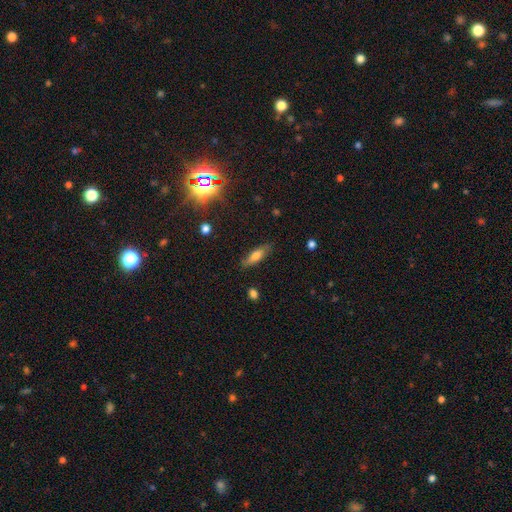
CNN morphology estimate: Smooth or featured? Predicted: smooth (p=0.66). How rounded? Predicted: in between (p=0.49). Merging? Predicted: none (p=0.80).